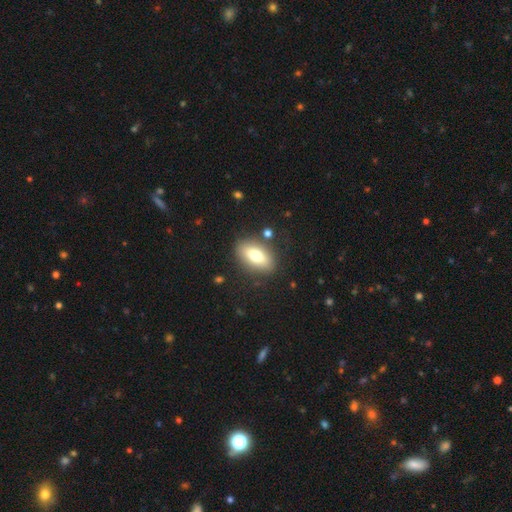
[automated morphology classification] Overall: smooth (73%). How rounded: in between (87%). Merging: none (83%).